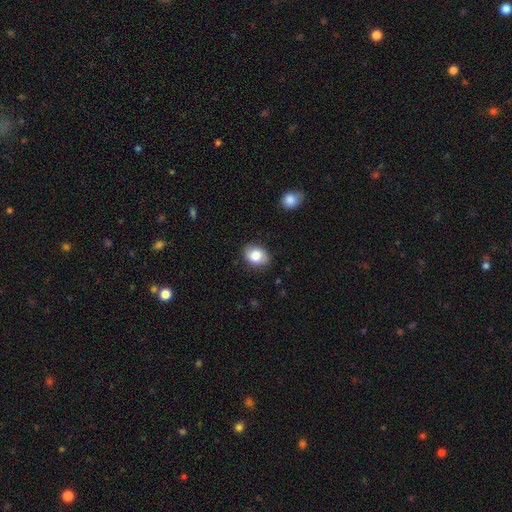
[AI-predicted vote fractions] A smooth galaxy with no disk features (83%) that is in between round and cigar-shaped (68%). Merging: none (86%).